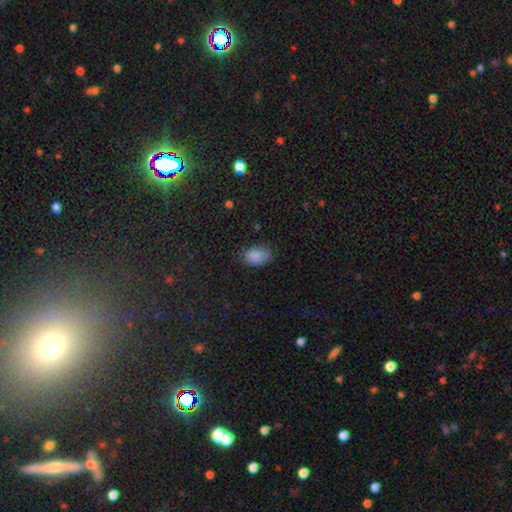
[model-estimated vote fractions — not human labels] The model was most divided on "merging": none: 70%, minor disturbance: 23%, major disturbance: 5%, merger: 2%. More confident: how rounded — in between (87%); smooth or featured — smooth (86%).